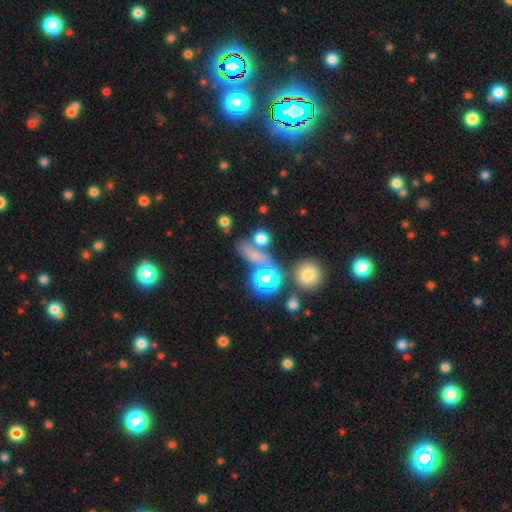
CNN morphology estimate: This is possibly a smooth galaxy (59%). How rounded: possibly round (48%). Merging: possibly none (46%).